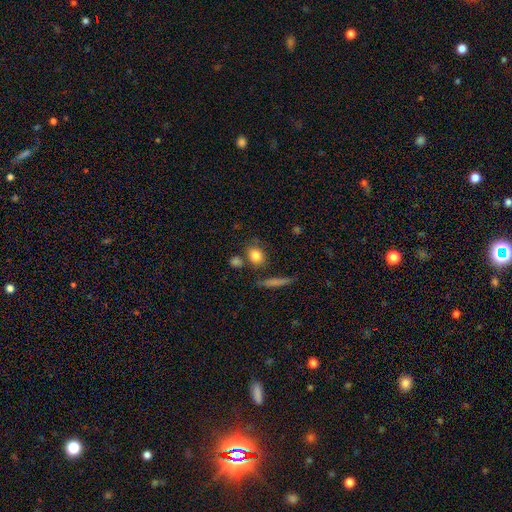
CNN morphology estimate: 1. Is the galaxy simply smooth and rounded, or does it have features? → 81% smooth, 10% featured or disk, 9% star or artifact.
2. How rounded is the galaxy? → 53% round, 43% in between, 5% cigar-shaped.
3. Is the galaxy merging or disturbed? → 69% none, 14% merger, 12% minor disturbance, 5% major disturbance.